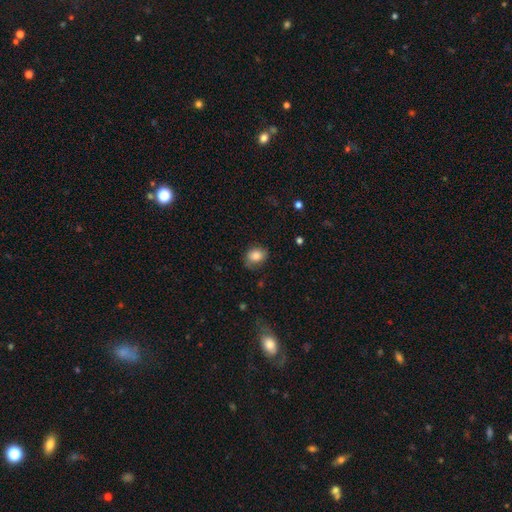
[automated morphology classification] Smooth or featured? smooth (81%)
How rounded? in between (63%)
Merging? none (68%)